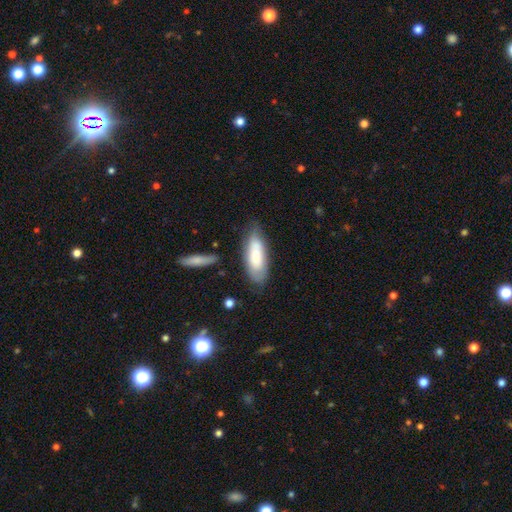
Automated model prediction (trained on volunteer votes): Q: Smooth or featured?
A: smooth (72%); runner-up: featured or disk (22%)
Q: How rounded?
A: in between (70%); runner-up: cigar-shaped (28%)
Q: Merging?
A: none (65%); runner-up: minor disturbance (24%)